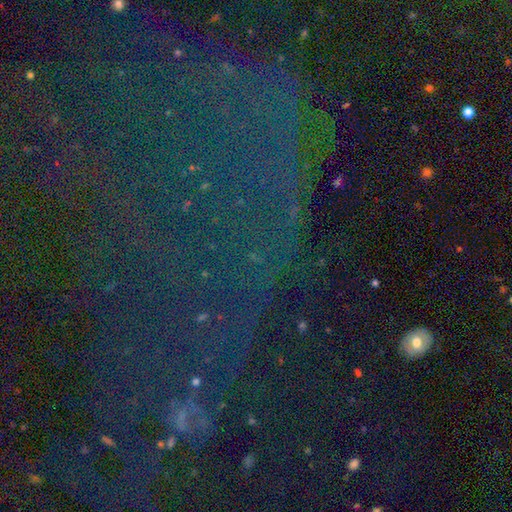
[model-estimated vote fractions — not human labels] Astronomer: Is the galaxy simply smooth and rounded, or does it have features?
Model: star or artifact — 83%.